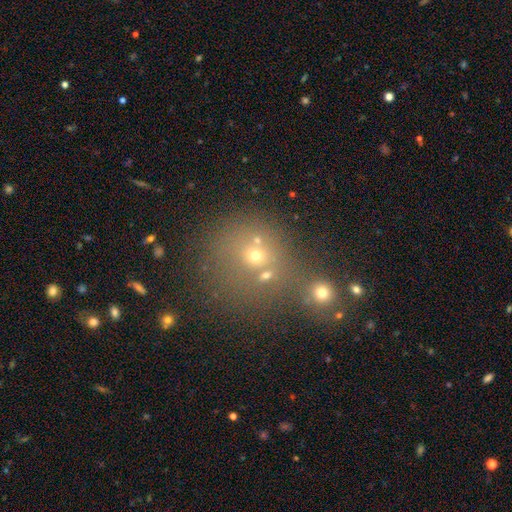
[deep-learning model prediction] Q: Smooth or featured?
A: smooth (50%); runner-up: star or artifact (34%)
Q: How rounded?
A: round (87%); runner-up: in between (11%)
Q: Merging?
A: merger (45%); runner-up: none (43%)